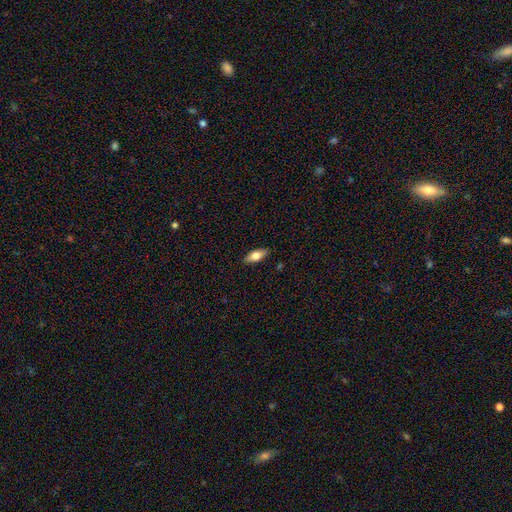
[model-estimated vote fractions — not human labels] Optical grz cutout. It shows a smooth galaxy with no disk features (68%) that is in between round and cigar-shaped (76%). Merging: none (88%).